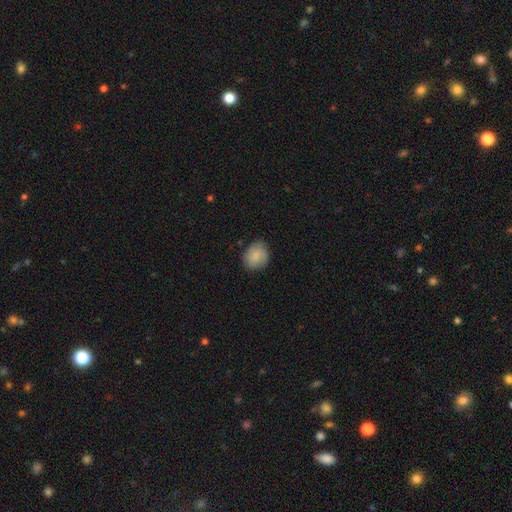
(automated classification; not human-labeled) A smooth galaxy with no disk features (83%) that is round (58%). Merging: none (77%).